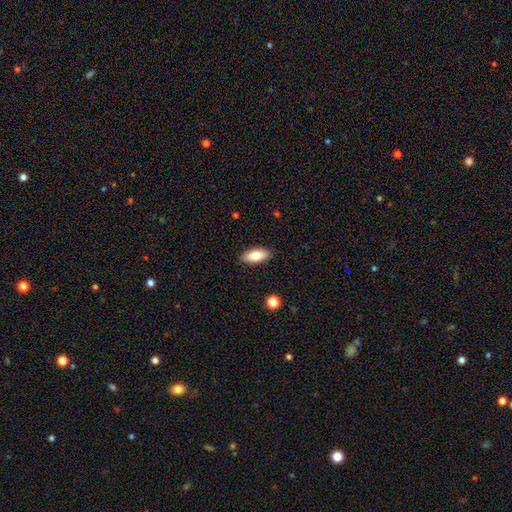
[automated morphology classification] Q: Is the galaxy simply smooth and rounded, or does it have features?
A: smooth — 81%.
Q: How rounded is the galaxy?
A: in between — 86%.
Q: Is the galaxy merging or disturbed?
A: none — 87%.